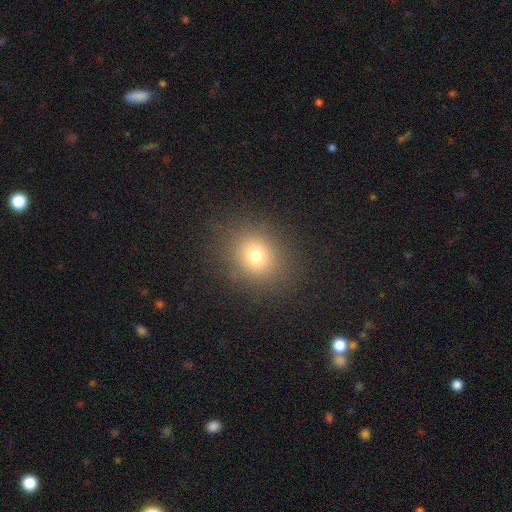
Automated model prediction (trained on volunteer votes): This is likely a smooth galaxy (73%). How rounded: likely round (71%). Merging: clearly none (87%).